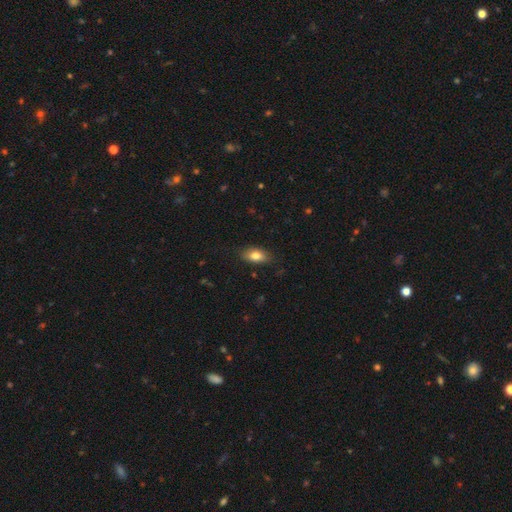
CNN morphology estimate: Smooth or featured?
  - smooth: 80% *
  - featured or disk: 13%
  - star or artifact: 8%
How rounded?
  - in between: 87% *
  - round: 7%
  - cigar-shaped: 6%
Merging?
  - none: 82% *
  - minor disturbance: 15%
  - major disturbance: 3%
  - merger: 1%